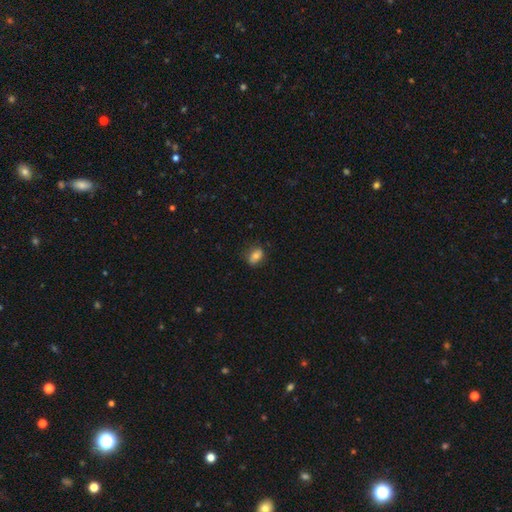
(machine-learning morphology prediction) Q: Smooth or featured?
A: smooth (78%); runner-up: featured or disk (13%)
Q: How rounded?
A: in between (72%); runner-up: round (26%)
Q: Merging?
A: none (74%); runner-up: minor disturbance (20%)